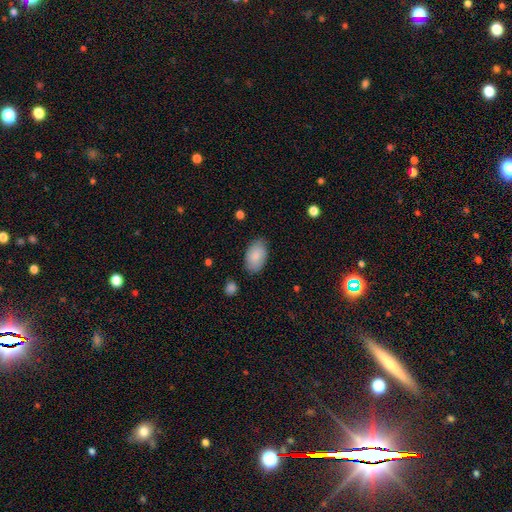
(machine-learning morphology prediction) Smooth or featured? Predicted: smooth (p=0.87). How rounded? Predicted: in between (p=0.94). Merging? Predicted: none (p=0.83).